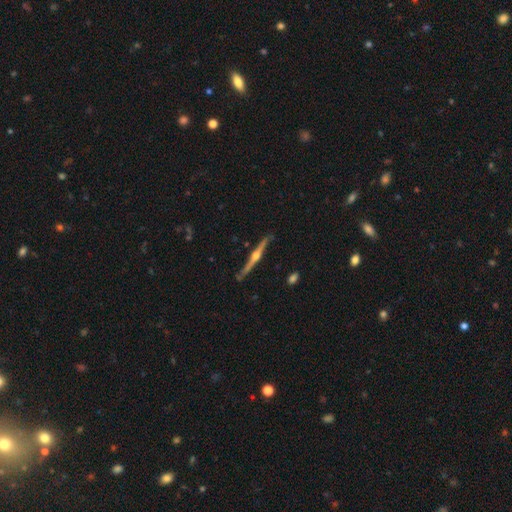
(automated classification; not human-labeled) Smooth or featured? featured or disk (86%)
Edge-on disk? yes (98%)
Edge-on bulge? rounded (94%)
Merging? none (86%)